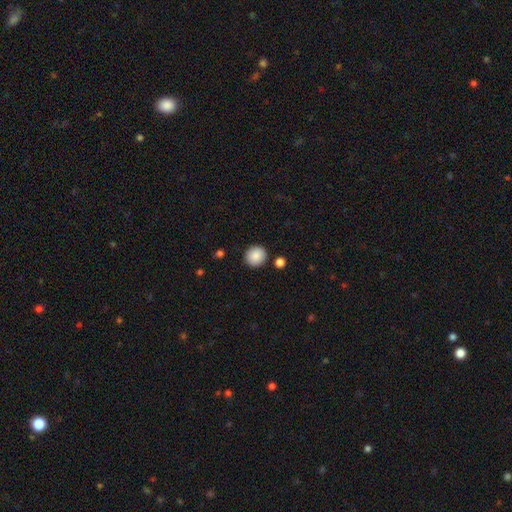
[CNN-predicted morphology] Q: Smooth or featured?
A: smooth (88%); runner-up: star or artifact (8%)
Q: How rounded?
A: round (91%); runner-up: in between (8%)
Q: Merging?
A: none (89%); runner-up: minor disturbance (6%)